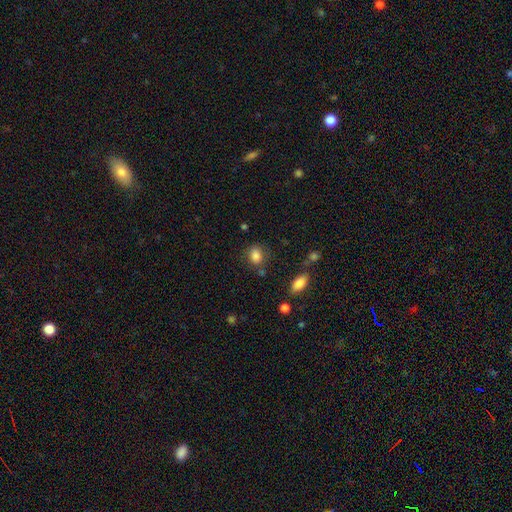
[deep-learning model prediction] smooth-or-featured: smooth: 85% | star or artifact: 10% | featured or disk: 6%
  how-rounded: in between: 55% | round: 44% | cigar-shaped: 1%
  merging: none: 73% | minor disturbance: 17% | major disturbance: 5% | merger: 5%